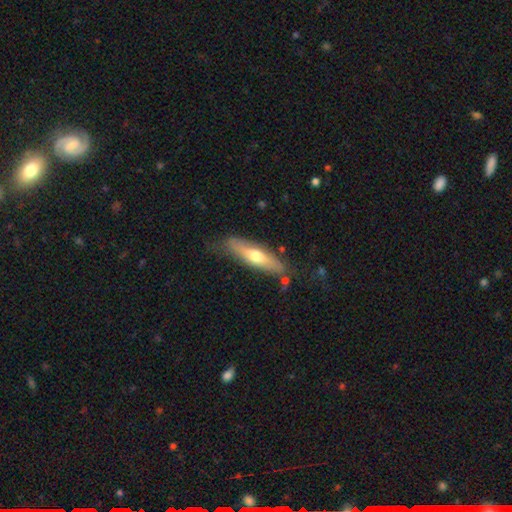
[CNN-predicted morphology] This is possibly a smooth galaxy (54%). How rounded: likely cigar-shaped (63%). Merging: likely none (73%).